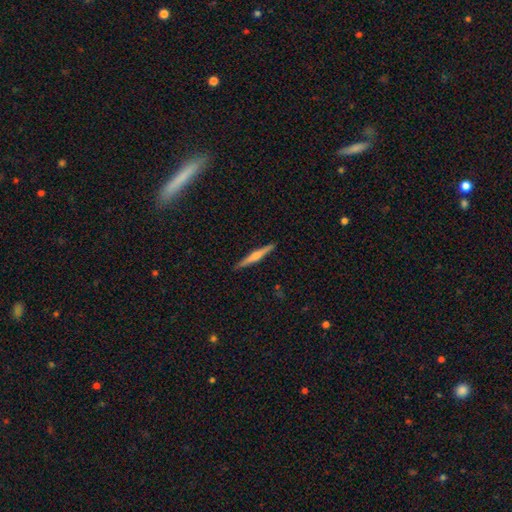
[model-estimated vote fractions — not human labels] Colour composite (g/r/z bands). It shows a featured or disk galaxy (59%) viewed edge-on (98%) with a rounded central bulge (71%). Merging: none (91%).